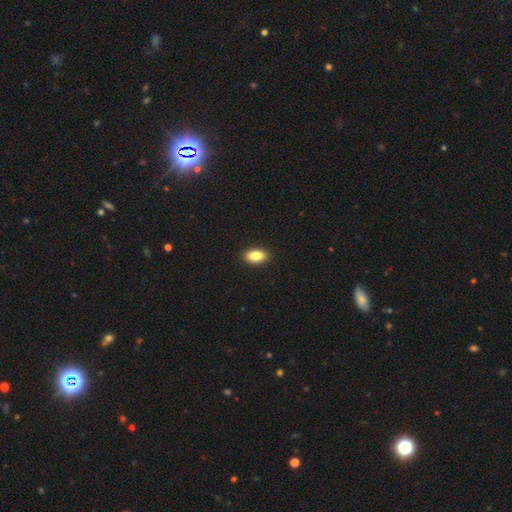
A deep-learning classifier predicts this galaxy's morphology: Overall: smooth (85%). How rounded: in between (91%). Merging: none (91%).